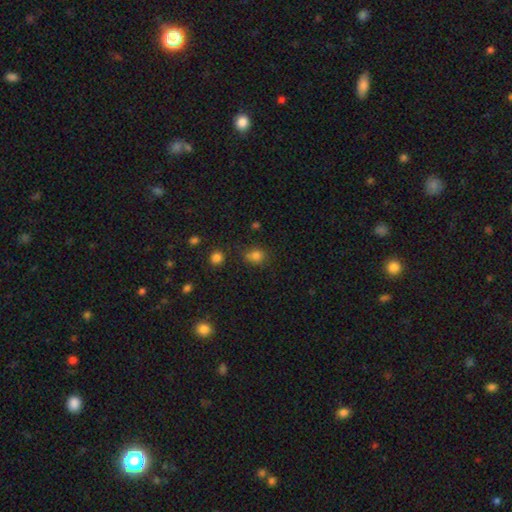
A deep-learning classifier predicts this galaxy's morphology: A smooth galaxy with no disk features (80%) that is round (58%). Merging: none (72%).